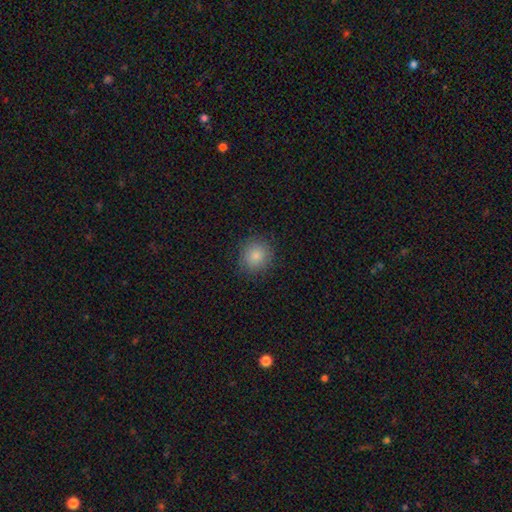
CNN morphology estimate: A smooth galaxy with no disk features (85%) that is round (89%). Merging: none (87%).